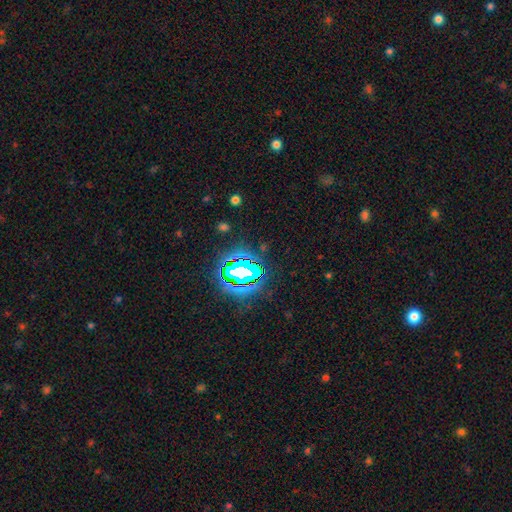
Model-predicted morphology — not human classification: smooth-or-featured: star or artifact: 81% | smooth: 12% | featured or disk: 8%